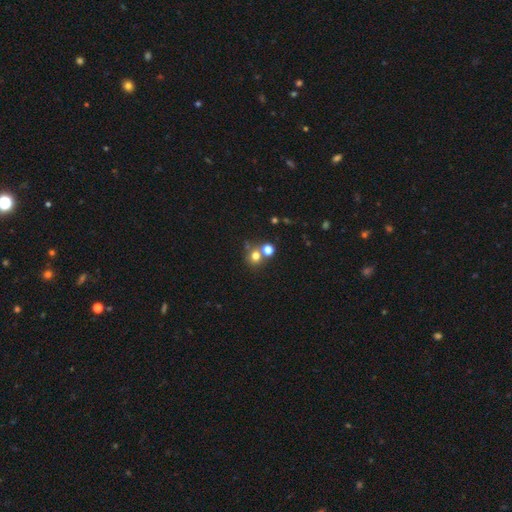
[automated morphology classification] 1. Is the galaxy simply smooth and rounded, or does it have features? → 72% smooth, 18% star or artifact, 10% featured or disk.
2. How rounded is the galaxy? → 84% round, 15% in between, 1% cigar-shaped.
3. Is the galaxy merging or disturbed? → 58% none, 30% merger, 8% minor disturbance, 4% major disturbance.